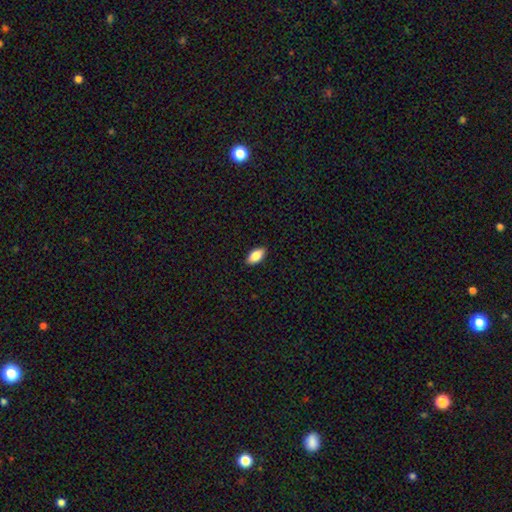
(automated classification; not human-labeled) smooth 85%, featured or disk 8%, star or artifact 7%. Down the decision tree: how rounded — in between (92%); merging — none (88%).